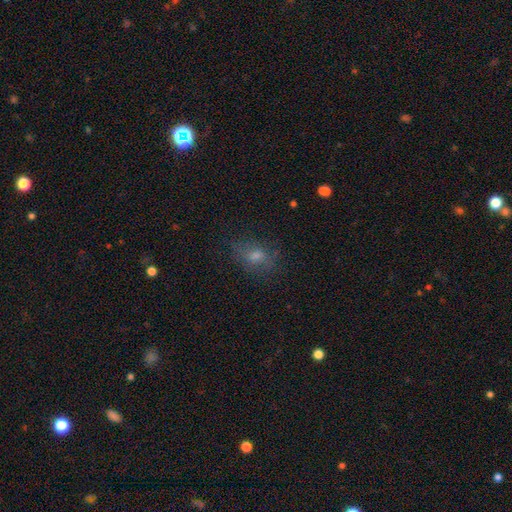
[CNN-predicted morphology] This is likely a smooth galaxy (62%). How rounded: likely in between (68%). Merging: likely none (71%).